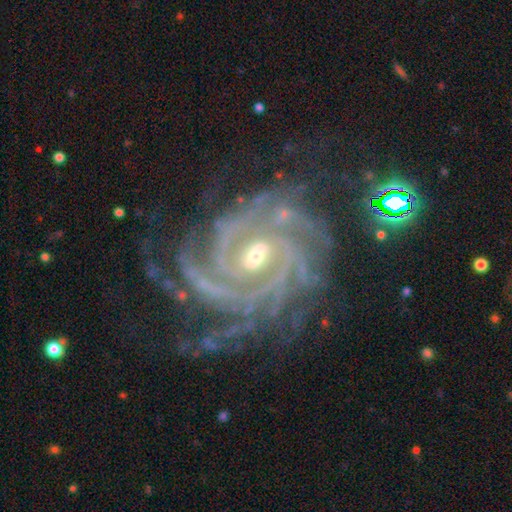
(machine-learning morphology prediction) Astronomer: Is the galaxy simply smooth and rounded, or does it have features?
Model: featured or disk — 92%.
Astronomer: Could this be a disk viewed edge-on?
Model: no — 98%.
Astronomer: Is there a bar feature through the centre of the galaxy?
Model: weak — 41% (runner-up: no, 33%).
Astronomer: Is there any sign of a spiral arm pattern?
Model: yes — 99%.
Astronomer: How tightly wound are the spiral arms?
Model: tight — 76%.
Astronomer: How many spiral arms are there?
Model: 4 — 28% (runner-up: more than 4, 26%).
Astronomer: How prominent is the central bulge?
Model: moderate — 55% (runner-up: small, 40%).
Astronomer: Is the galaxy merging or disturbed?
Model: none — 72%.